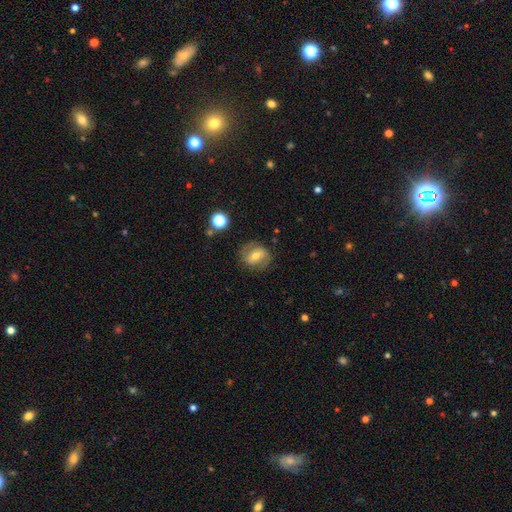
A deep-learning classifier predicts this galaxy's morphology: This appears to be a featured or disk galaxy (57%) with a weak bar (39%), spiral arms (74%) and a moderate central bulge (56%). Merging: none (78%).